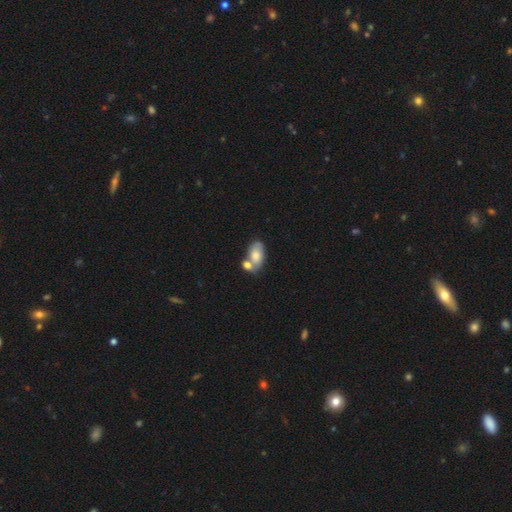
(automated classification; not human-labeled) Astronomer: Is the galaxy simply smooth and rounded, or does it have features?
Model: smooth — 69%.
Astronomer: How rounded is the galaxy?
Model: in between — 91%.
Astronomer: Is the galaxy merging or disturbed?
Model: merger — 49% (runner-up: none, 33%).